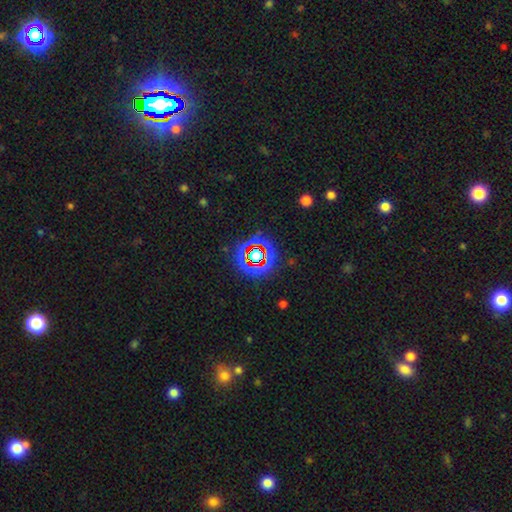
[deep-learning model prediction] Overall: star or artifact (72%).